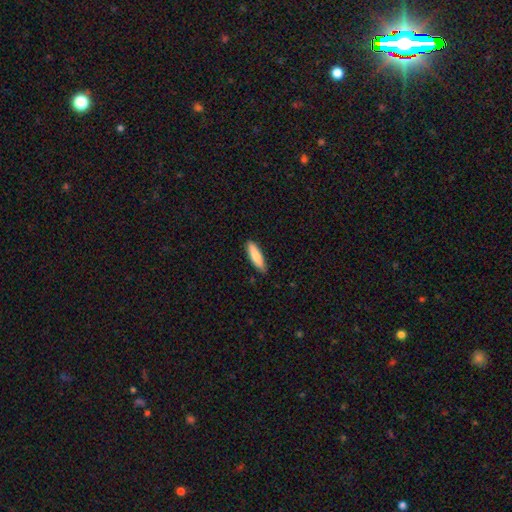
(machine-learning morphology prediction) smooth_or_featured: smooth (p=0.83) [alt: featured or disk p=0.11]
how_rounded: cigar-shaped (p=0.69) [alt: in between p=0.30]
merging: none (p=0.88) [alt: minor disturbance p=0.09]